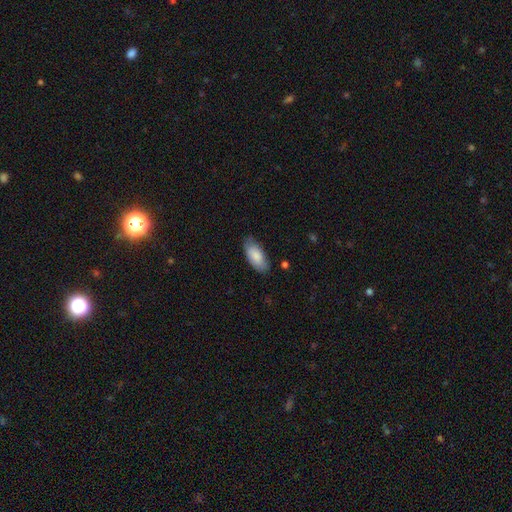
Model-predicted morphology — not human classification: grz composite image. It shows a smooth galaxy with no disk features (84%) that is in between round and cigar-shaped (89%). Merging: none (75%).